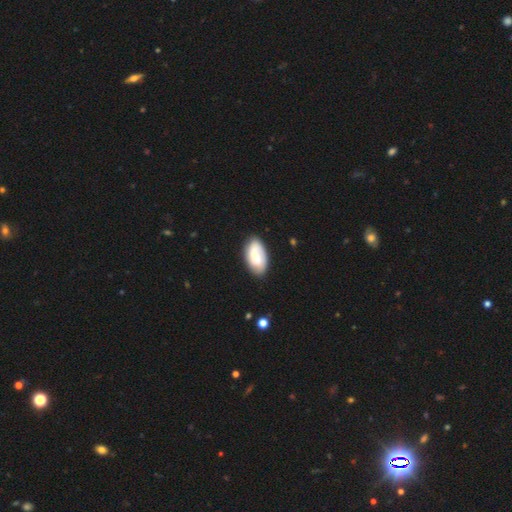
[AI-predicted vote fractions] Q: Smooth or featured?
A: smooth (59%); runner-up: featured or disk (35%)
Q: How rounded?
A: in between (94%); runner-up: round (3%)
Q: Merging?
A: none (79%); runner-up: minor disturbance (15%)